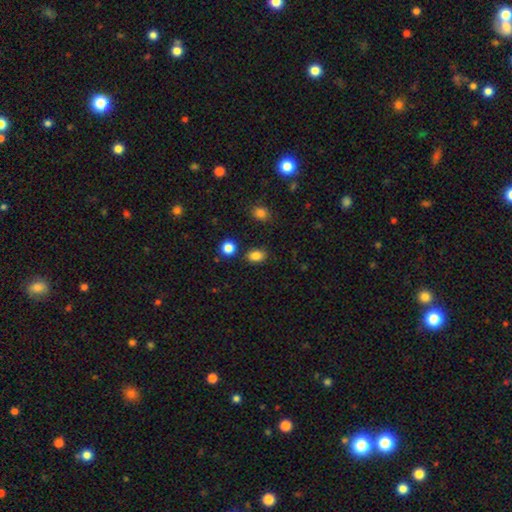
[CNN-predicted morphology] This appears to be a smooth galaxy with no disk features (84%) that is in between round and cigar-shaped (62%). Merging: none (81%).